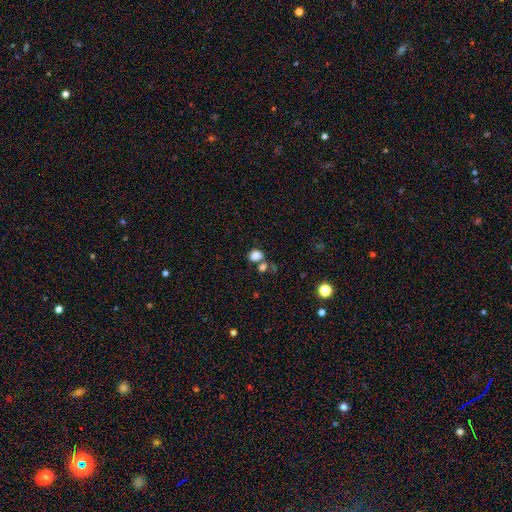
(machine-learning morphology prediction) Smooth or featured?
  - smooth: 82% *
  - star or artifact: 12%
  - featured or disk: 6%
How rounded?
  - round: 54% *
  - in between: 44%
  - cigar-shaped: 1%
Merging?
  - none: 55% *
  - merger: 27%
  - minor disturbance: 12%
  - major disturbance: 5%